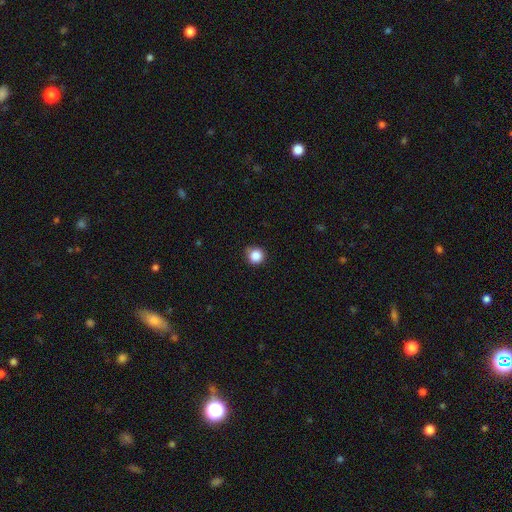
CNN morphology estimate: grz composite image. It shows a smooth galaxy with no disk features (86%) that is round (94%). Merging: none (83%).